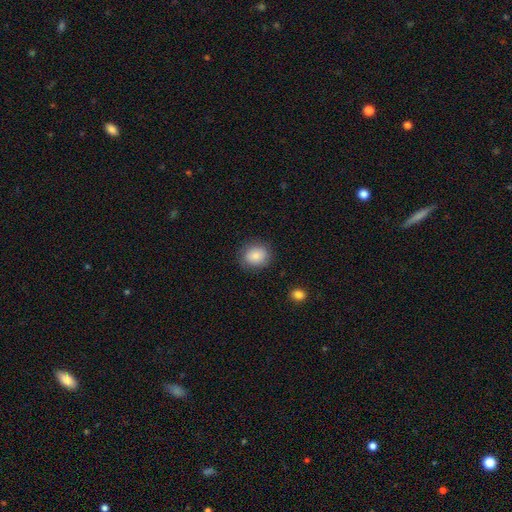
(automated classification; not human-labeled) A smooth galaxy with no disk features (82%) that is round (68%). Merging: none (84%).